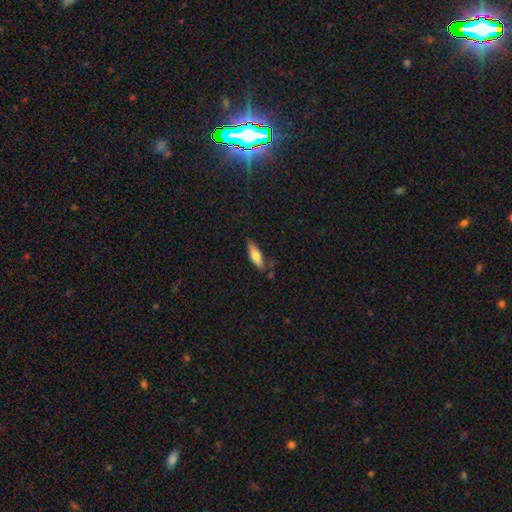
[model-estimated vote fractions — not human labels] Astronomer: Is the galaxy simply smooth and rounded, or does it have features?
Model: smooth — 69%.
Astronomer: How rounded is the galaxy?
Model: cigar-shaped — 49%, tied with in between at 49%.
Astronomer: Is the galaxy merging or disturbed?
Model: none — 74%.